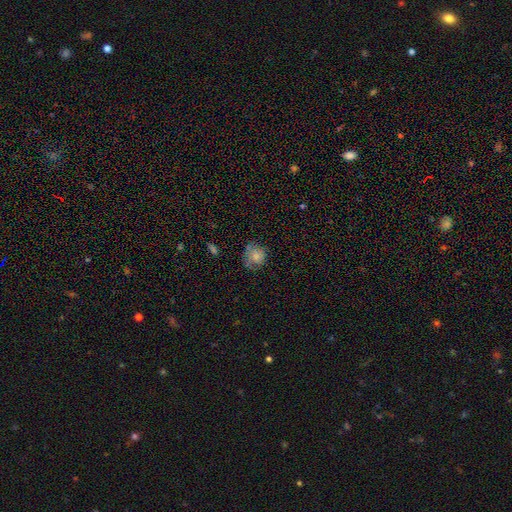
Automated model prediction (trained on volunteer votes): smooth_or_featured: smooth (p=0.72) [alt: featured or disk p=0.19]
how_rounded: round (p=0.79) [alt: in between p=0.20]
merging: none (p=0.59) [alt: minor disturbance p=0.27]